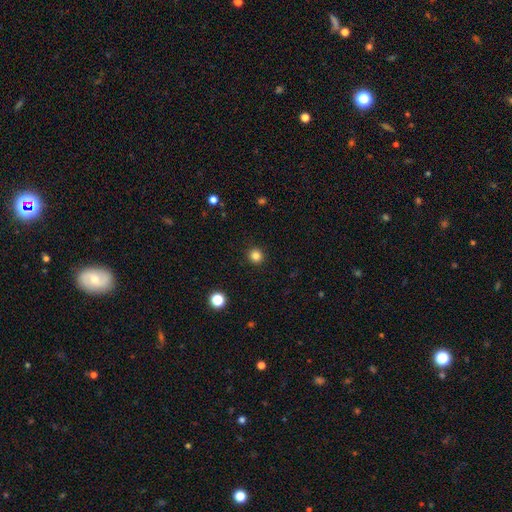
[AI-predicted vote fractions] Smooth or featured?
  - smooth: 84% *
  - star or artifact: 13%
  - featured or disk: 4%
How rounded?
  - round: 94% *
  - in between: 5%
  - cigar-shaped: 1%
Merging?
  - none: 92% *
  - minor disturbance: 5%
  - major disturbance: 2%
  - merger: 1%